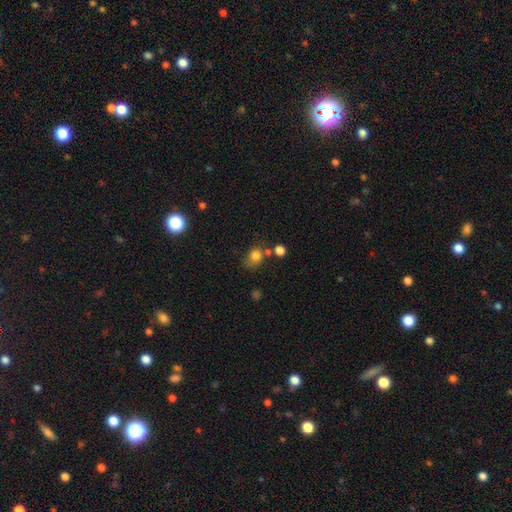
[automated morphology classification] This is likely a smooth galaxy (79%). How rounded: likely round (62%). Merging: possibly none (55%).